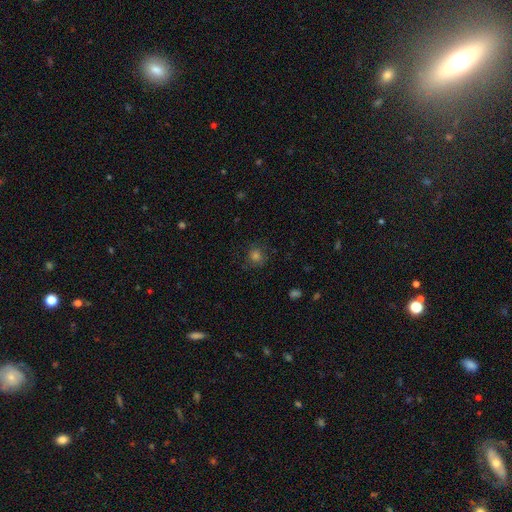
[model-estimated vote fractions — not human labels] Smooth or featured? smooth (68%)
How rounded? round (89%)
Merging? none (83%)